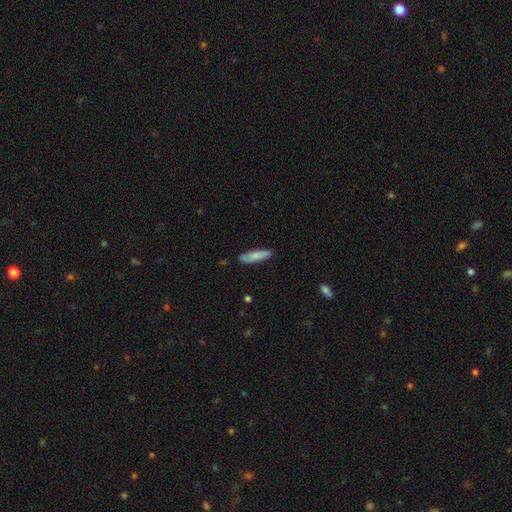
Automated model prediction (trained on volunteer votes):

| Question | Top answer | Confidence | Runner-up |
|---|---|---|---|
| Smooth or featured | smooth | 82% | featured or disk (12%) |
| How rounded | cigar-shaped | 71% | in between (28%) |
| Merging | none | 85% | minor disturbance (12%) |